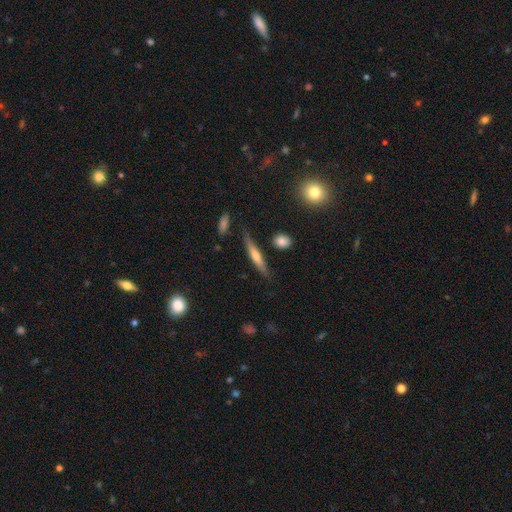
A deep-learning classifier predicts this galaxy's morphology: A smooth galaxy with no disk features (48%). Merging: none (80%).